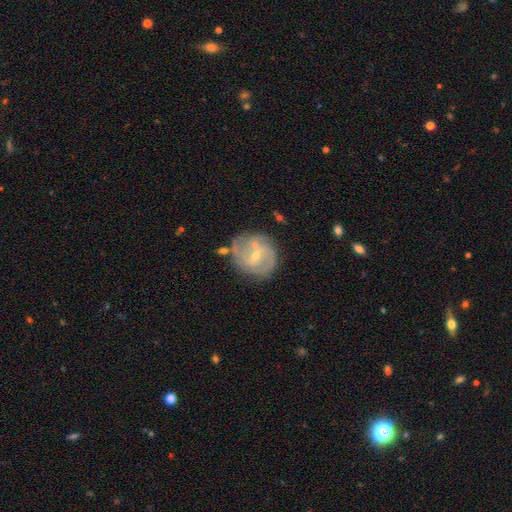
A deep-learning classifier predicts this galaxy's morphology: Q: Smooth or featured?
A: featured or disk (76%); runner-up: smooth (16%)
Q: Edge-on disk?
A: no (97%); runner-up: yes (3%)
Q: Bar?
A: weak (49%); runner-up: no (35%)
Q: Spiral arms?
A: yes (86%); runner-up: no (14%)
Q: Spiral winding?
A: tight (44%); runner-up: medium (40%)
Q: Spiral arm count?
A: 2 (45%); runner-up: can't tell (28%)
Q: Bulge size?
A: small (68%); runner-up: moderate (29%)
Q: Merging?
A: none (70%); runner-up: minor disturbance (18%)